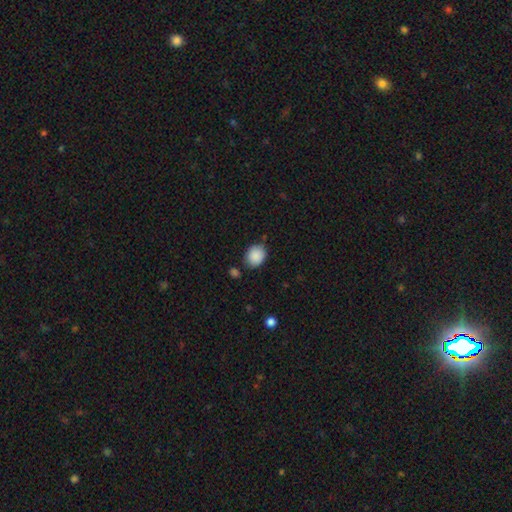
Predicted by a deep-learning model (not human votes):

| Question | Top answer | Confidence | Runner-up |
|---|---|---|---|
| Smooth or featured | smooth | 89% | star or artifact (8%) |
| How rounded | round | 57% | in between (43%) |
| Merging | none | 78% | minor disturbance (15%) |